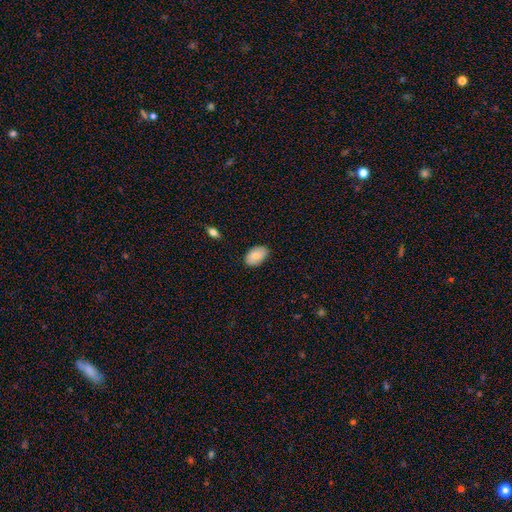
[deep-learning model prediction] Smooth or featured? Predicted: smooth (p=0.77). How rounded? Predicted: in between (p=0.91). Merging? Predicted: none (p=0.82).